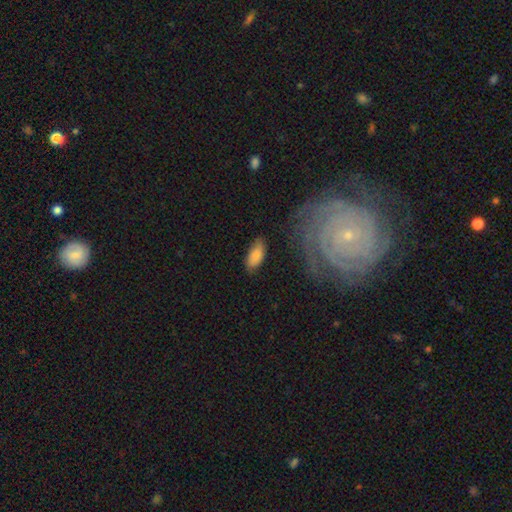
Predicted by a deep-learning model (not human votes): A smooth galaxy with no disk features (82%) that is in between round and cigar-shaped (90%). Merging: none (77%).